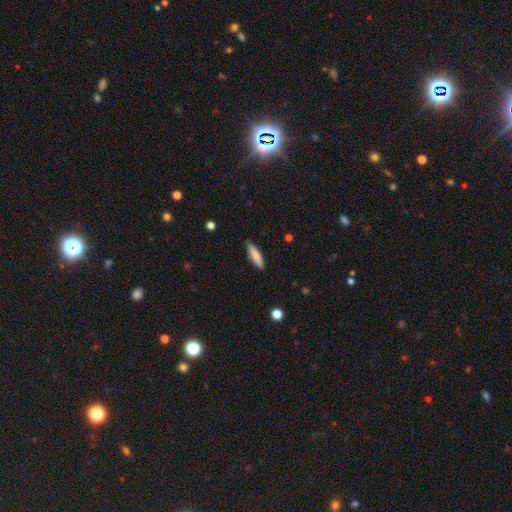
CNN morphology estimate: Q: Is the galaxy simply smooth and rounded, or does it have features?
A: smooth — 82%.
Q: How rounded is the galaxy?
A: cigar-shaped — 72%.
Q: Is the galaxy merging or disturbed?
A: none — 87%.